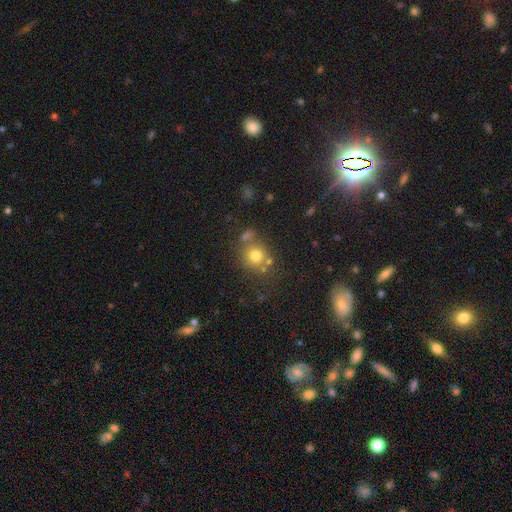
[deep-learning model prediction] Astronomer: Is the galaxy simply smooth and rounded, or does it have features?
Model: smooth — 73%.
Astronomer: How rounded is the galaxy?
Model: round — 86%.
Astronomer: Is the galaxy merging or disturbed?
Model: none — 66%.